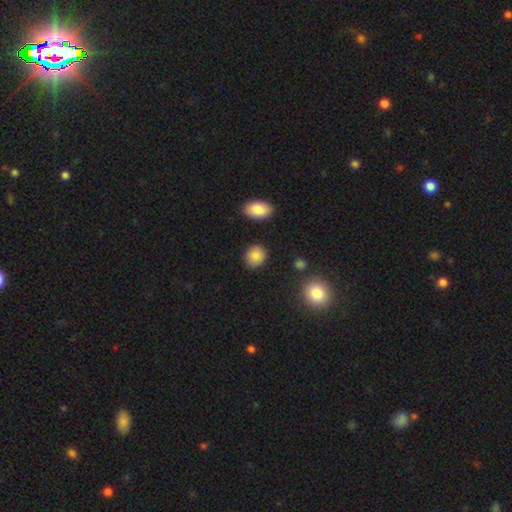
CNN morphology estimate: This appears to be a smooth galaxy with no disk features (87%) that is round (68%). Merging: none (86%).